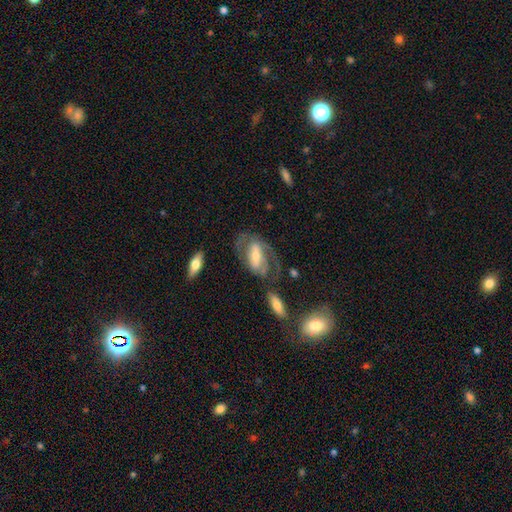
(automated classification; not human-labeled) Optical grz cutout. It shows a featured or disk galaxy (70%) with a strong bar (49%), 2 (75%) medium (46%) spiral arms (81%) and a moderate central bulge (42%). Merging: none (52%).